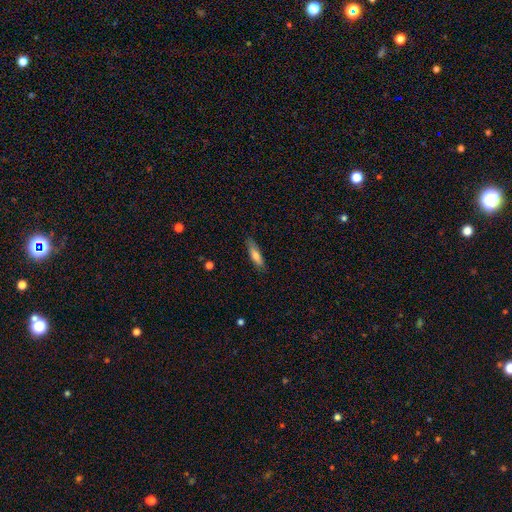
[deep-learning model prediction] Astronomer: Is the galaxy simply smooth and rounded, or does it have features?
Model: smooth — 70%.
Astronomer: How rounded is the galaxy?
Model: cigar-shaped — 65%.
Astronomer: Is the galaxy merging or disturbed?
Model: none — 82%.